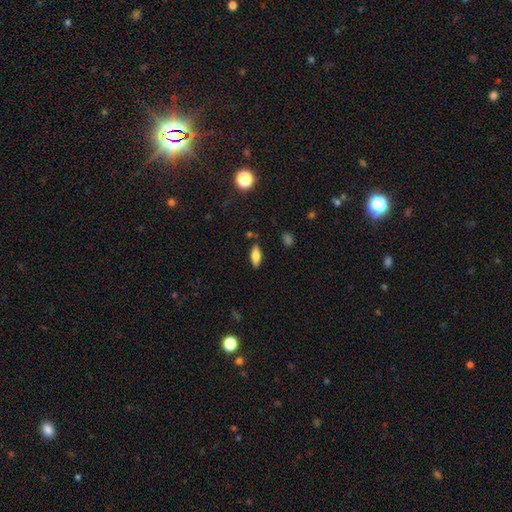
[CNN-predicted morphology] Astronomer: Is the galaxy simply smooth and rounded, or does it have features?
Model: smooth — 72%.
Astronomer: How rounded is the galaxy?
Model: in between — 75%.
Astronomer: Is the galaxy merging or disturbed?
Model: none — 84%.